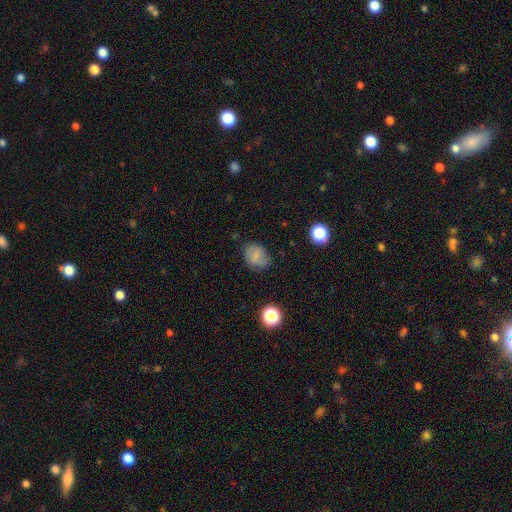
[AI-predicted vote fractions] A smooth galaxy with no disk features (71%) that is round (53%). Merging: none (72%).